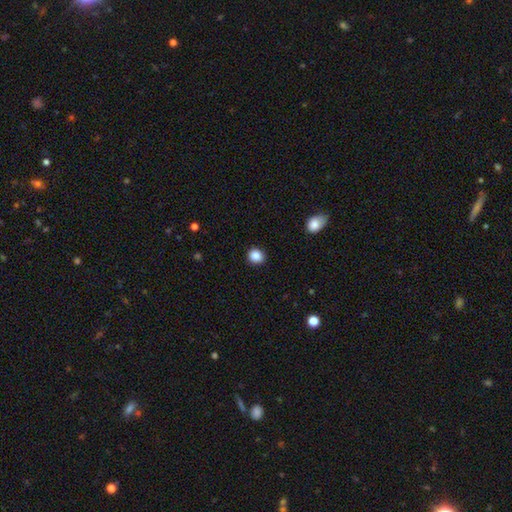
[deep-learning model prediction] Q: Smooth or featured?
A: smooth (87%); runner-up: star or artifact (10%)
Q: How rounded?
A: round (80%); runner-up: in between (19%)
Q: Merging?
A: none (91%); runner-up: minor disturbance (6%)